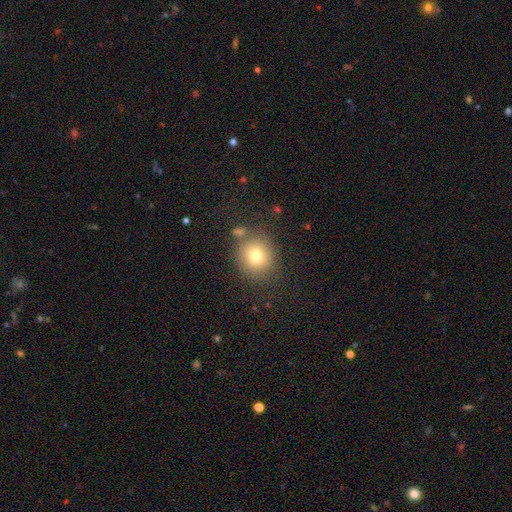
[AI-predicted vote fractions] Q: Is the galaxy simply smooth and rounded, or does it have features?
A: smooth — 75%.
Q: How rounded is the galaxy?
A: round — 88%.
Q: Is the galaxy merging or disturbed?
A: none — 78%.